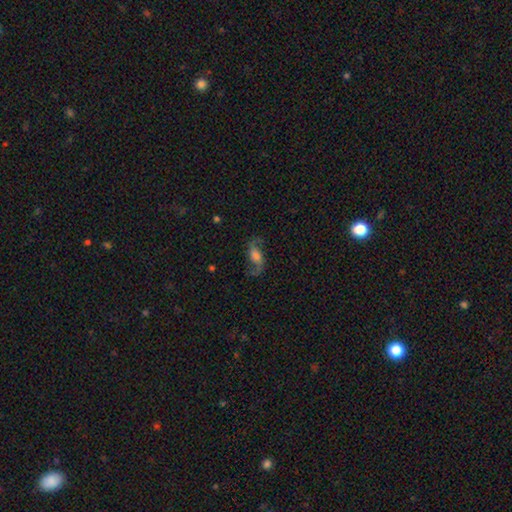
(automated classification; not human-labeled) This appears to be a featured or disk galaxy (77%) with no bar (45%), 2 (92%) loose (76%) spiral arms (95%) and a large central bulge (33%). Merging: none (74%).